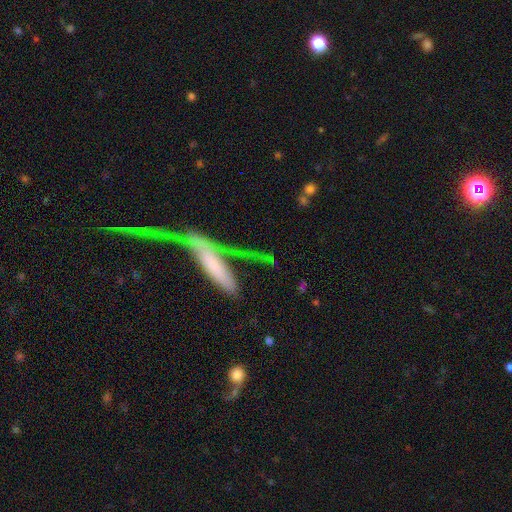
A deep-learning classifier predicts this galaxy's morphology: smooth 51%, featured or disk 40%, star or artifact 9%. Down the decision tree: how rounded — cigar-shaped (76%); merging — major disturbance (32%).